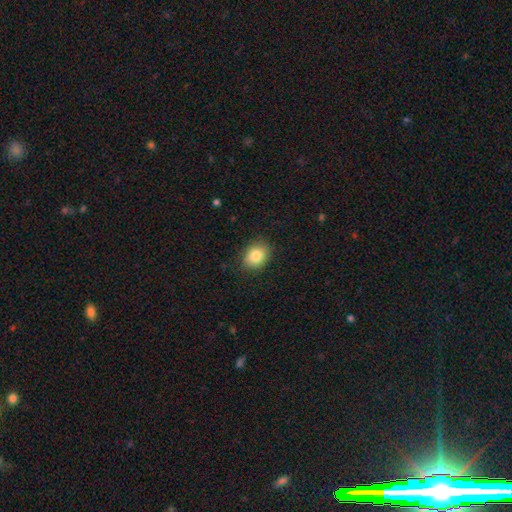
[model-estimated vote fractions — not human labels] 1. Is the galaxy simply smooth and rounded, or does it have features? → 84% smooth, 9% star or artifact, 7% featured or disk.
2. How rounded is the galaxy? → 54% in between, 45% round, 1% cigar-shaped.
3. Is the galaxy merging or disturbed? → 86% none, 10% minor disturbance, 2% major disturbance, 1% merger.